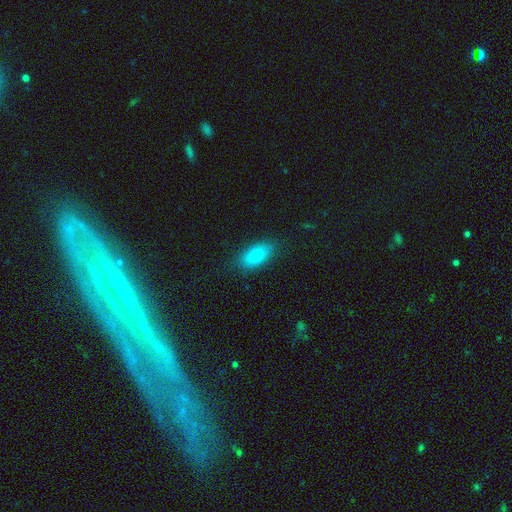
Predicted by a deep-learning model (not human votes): Smooth or featured? Predicted: smooth (p=0.80). How rounded? Predicted: in between (p=0.88). Merging? Predicted: none (p=0.83).